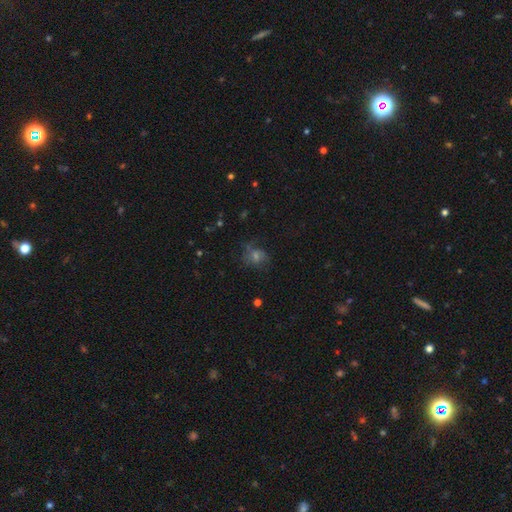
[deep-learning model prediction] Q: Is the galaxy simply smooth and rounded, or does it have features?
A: smooth — 35%.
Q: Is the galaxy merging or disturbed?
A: none — 61%.